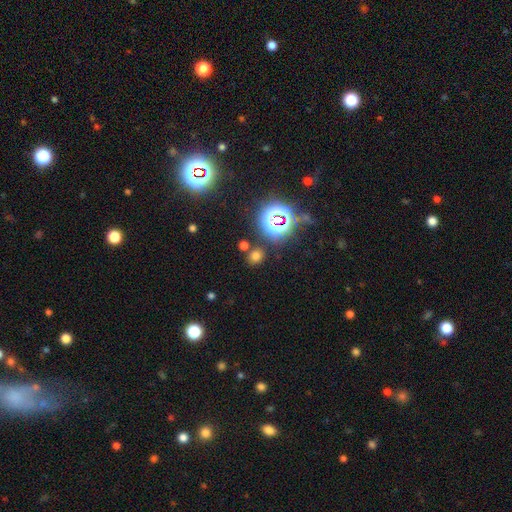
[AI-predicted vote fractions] This appears to be a smooth galaxy with no disk features (61%) that is round (72%). Merging: none (80%).